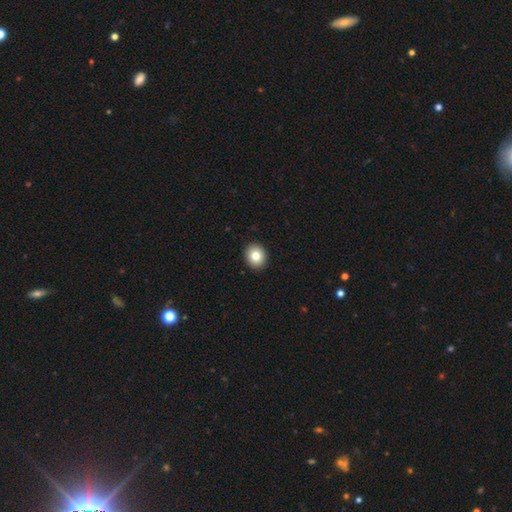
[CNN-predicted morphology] Overall: smooth (81%). How rounded: round (73%). Merging: none (93%).